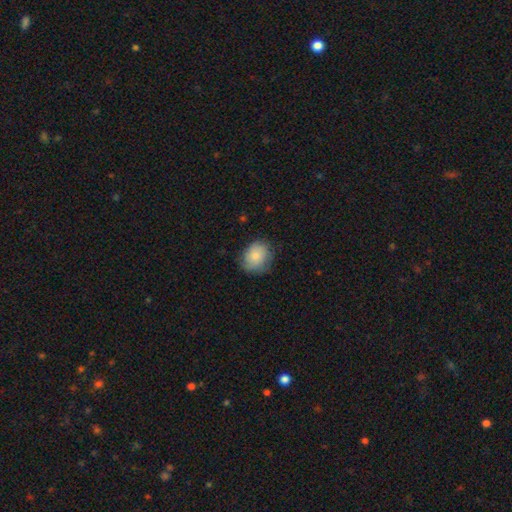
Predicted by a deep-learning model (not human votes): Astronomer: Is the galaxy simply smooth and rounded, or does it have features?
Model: smooth — 77%.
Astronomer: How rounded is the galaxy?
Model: round — 63%.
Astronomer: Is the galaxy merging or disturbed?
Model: none — 70%.